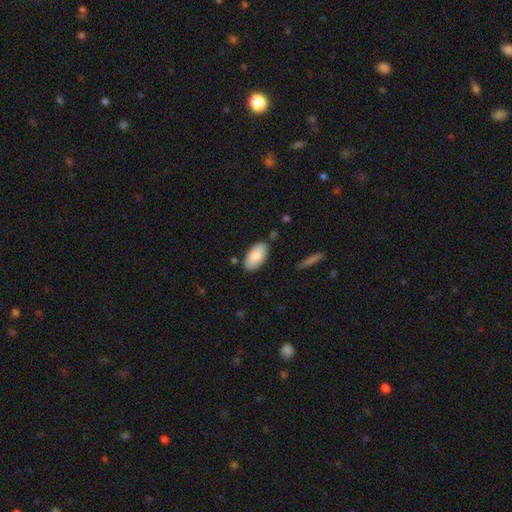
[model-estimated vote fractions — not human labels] A smooth galaxy with no disk features (84%) that is in between round and cigar-shaped (95%). Merging: none (81%).